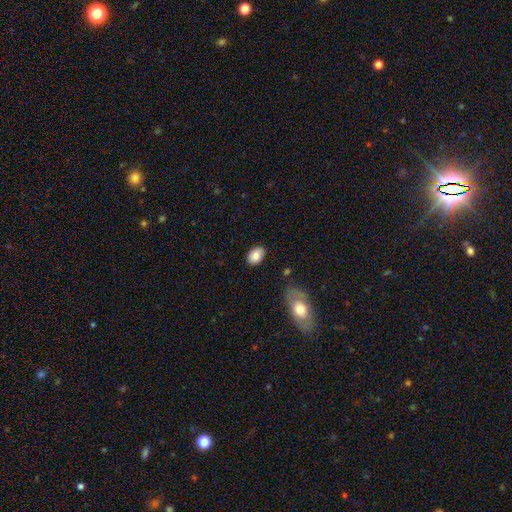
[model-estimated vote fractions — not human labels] Q: Smooth or featured?
A: smooth (84%); runner-up: featured or disk (9%)
Q: How rounded?
A: in between (85%); runner-up: round (14%)
Q: Merging?
A: none (81%); runner-up: minor disturbance (14%)